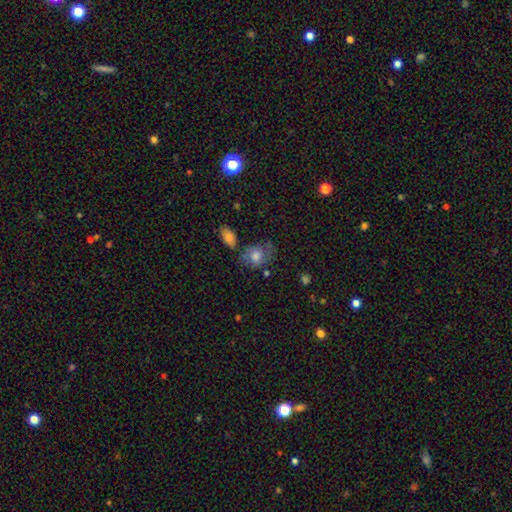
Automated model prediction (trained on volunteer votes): smooth-or-featured: smooth: 54% | featured or disk: 35% | star or artifact: 11%
  how-rounded: in between: 59% | round: 39% | cigar-shaped: 1%
  merging: none: 54% | minor disturbance: 24% | major disturbance: 13% | merger: 9%